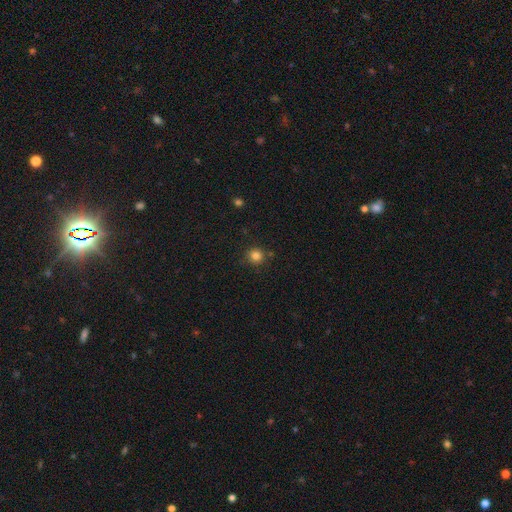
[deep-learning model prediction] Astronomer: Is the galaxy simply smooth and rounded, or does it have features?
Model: smooth — 82%.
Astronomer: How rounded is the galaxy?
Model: round — 94%.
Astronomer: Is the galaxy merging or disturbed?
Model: none — 87%.